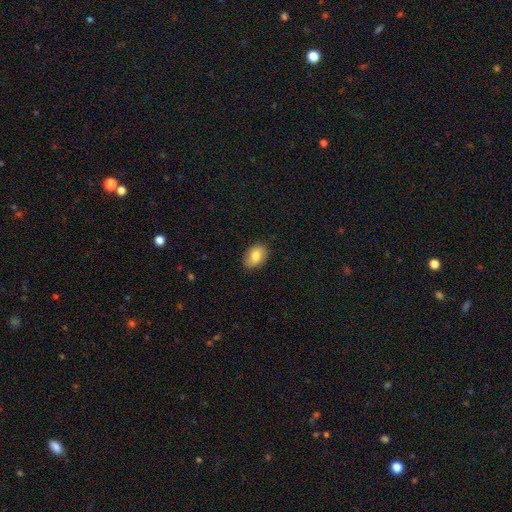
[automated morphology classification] smooth-or-featured: smooth: 80% | featured or disk: 12% | star or artifact: 7%
  how-rounded: in between: 84% | round: 15% | cigar-shaped: 1%
  merging: none: 86% | minor disturbance: 11% | major disturbance: 2% | merger: 1%